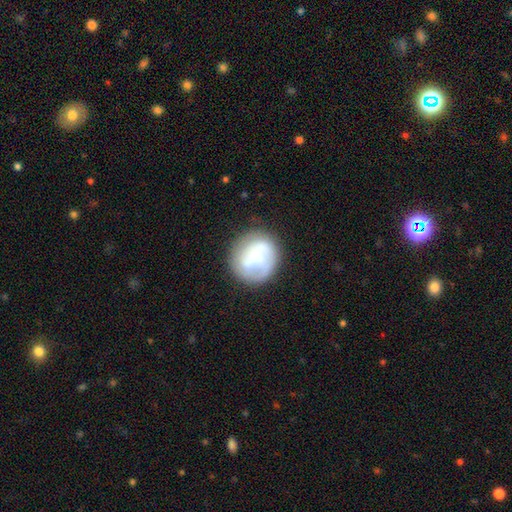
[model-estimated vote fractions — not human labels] Q: Smooth or featured?
A: smooth (51%); runner-up: featured or disk (41%)
Q: How rounded?
A: round (83%); runner-up: in between (16%)
Q: Merging?
A: none (66%); runner-up: minor disturbance (20%)